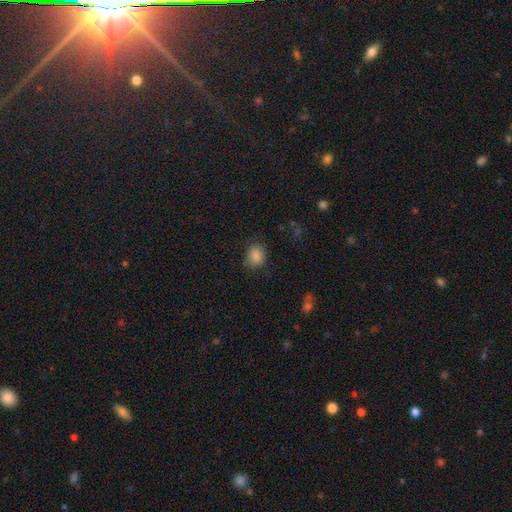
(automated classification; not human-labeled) A smooth galaxy with no disk features (86%) that is in between round and cigar-shaped (55%).

Vote fractions:
- Smooth or featured? smooth: 86% / star or artifact: 10% / featured or disk: 5%
- How rounded? in between: 55% / round: 44% / cigar-shaped: 1%
- Merging? none: 73% / minor disturbance: 20% / major disturbance: 5% / merger: 1%